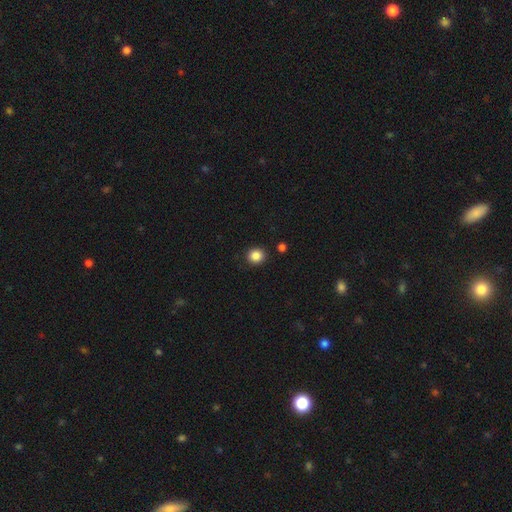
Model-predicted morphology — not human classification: Smooth or featured? smooth (87%)
How rounded? round (86%)
Merging? none (89%)